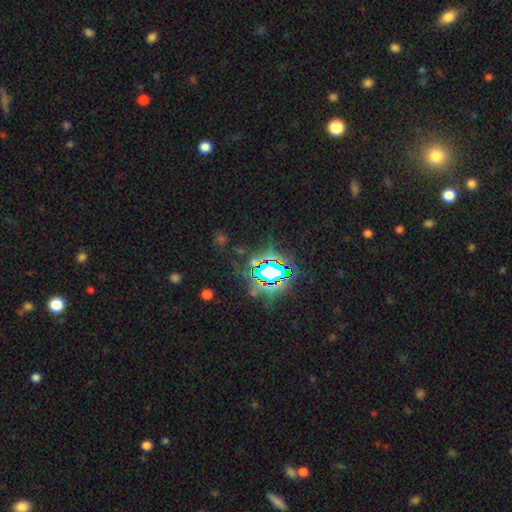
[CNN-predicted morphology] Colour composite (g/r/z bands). It shows a star or artifact, not a galaxy (83%).